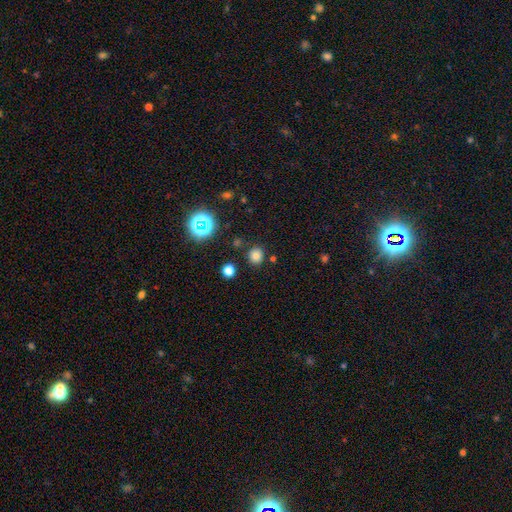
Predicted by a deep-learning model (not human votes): This is likely a smooth galaxy (75%). How rounded: clearly round (84%). Merging: clearly none (85%).